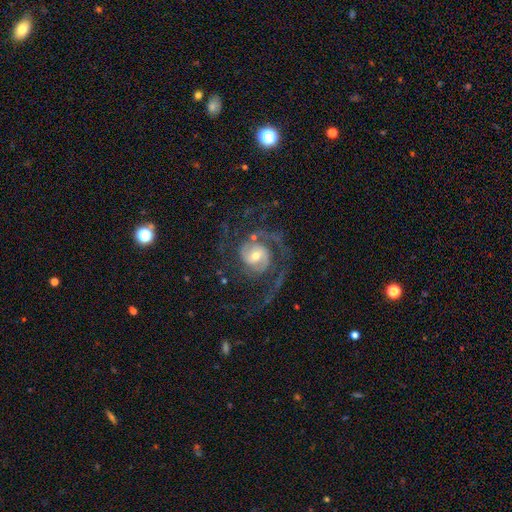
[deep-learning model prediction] This is clearly a featured or disk galaxy (89%). It is clearly not viewed edge-on (98%). Bar: possibly no (49%). Spiral arm pattern: clearly yes (97%). Spiral arm count: possibly 2 (59%). Spiral winding: possibly medium (46%). Central bulge: possibly moderate (48%). Merging: likely none (65%).